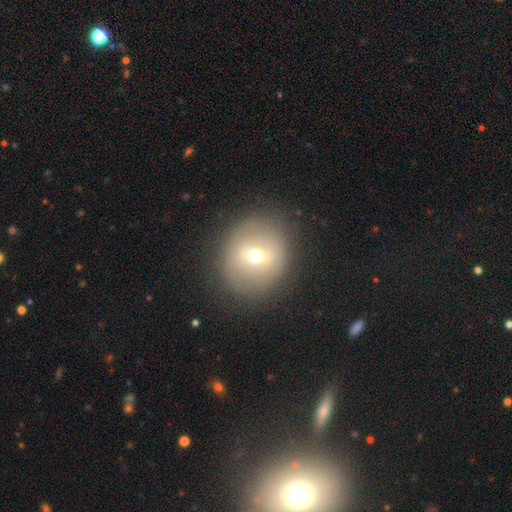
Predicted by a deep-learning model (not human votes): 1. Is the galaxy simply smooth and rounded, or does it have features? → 47% featured or disk, 42% smooth, 11% star or artifact.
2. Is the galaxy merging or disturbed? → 84% none, 10% minor disturbance, 5% major disturbance, 1% merger.